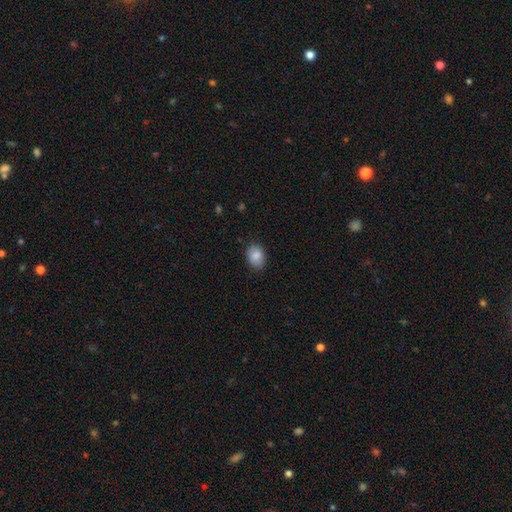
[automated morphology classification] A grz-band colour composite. It shows a smooth galaxy with no disk features (85%) that is in between round and cigar-shaped (71%). Merging: none (82%).